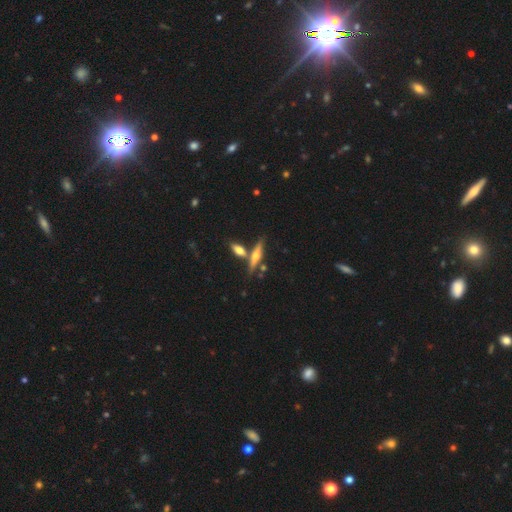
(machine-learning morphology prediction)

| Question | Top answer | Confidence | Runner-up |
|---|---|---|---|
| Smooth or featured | featured or disk | 62% | smooth (31%) |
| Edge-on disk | yes | 94% | no (6%) |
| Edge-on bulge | rounded | 90% | none (5%) |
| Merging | none | 65% | merger (22%) |